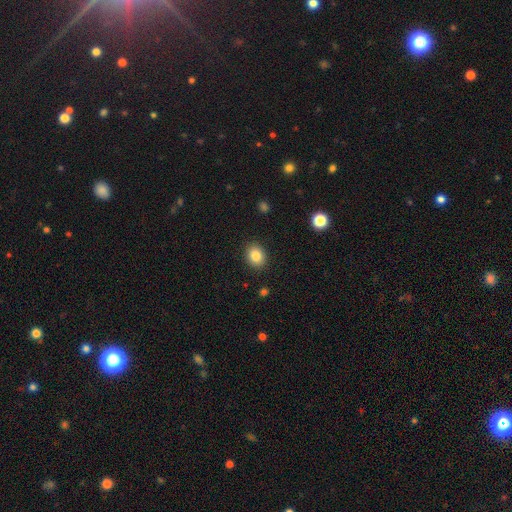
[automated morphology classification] A smooth galaxy with no disk features (85%) that is round (57%). Merging: none (89%).